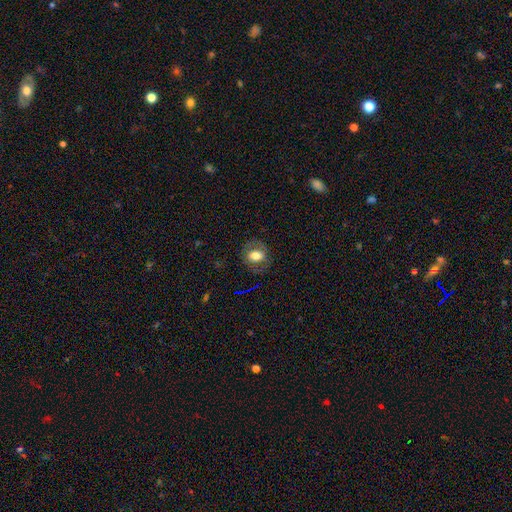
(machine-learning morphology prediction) Overall: smooth (63%; featured or disk 28%). How rounded: round (52%; in between 47%). Merging: none (79%).